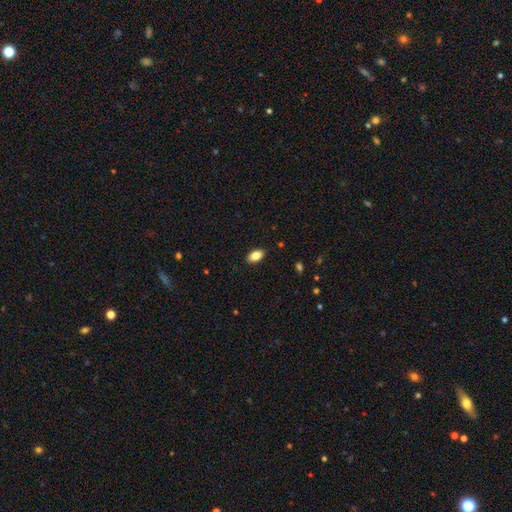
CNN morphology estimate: smooth 83%, featured or disk 9%, star or artifact 8%. Down the decision tree: how rounded — in between (92%); merging — none (89%).